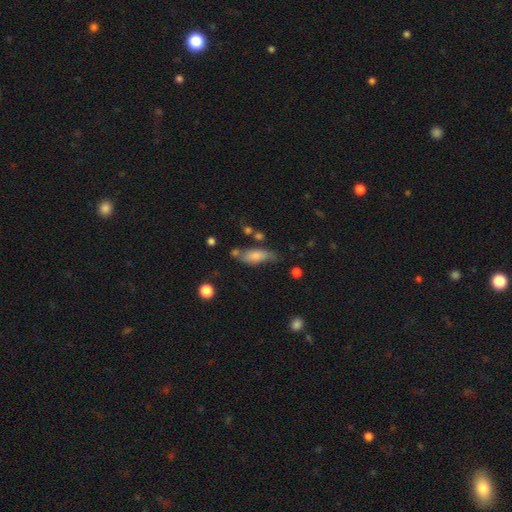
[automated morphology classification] smooth 75%, featured or disk 17%, star or artifact 7%. Down the decision tree: how rounded — in between (73%); merging — none (54%).